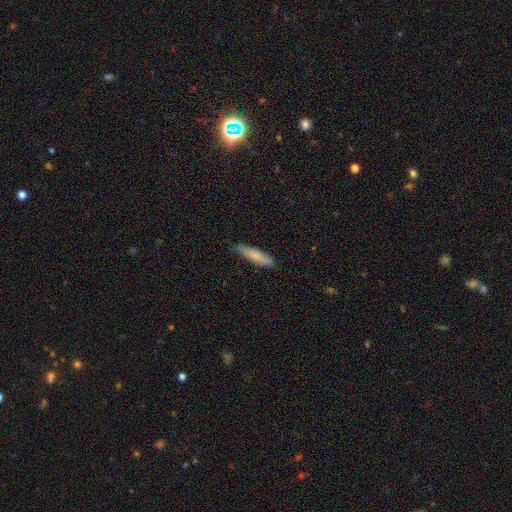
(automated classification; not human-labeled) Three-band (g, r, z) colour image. It shows a smooth galaxy with no disk features (79%) that is cigar-shaped (76%). Merging: none (77%).